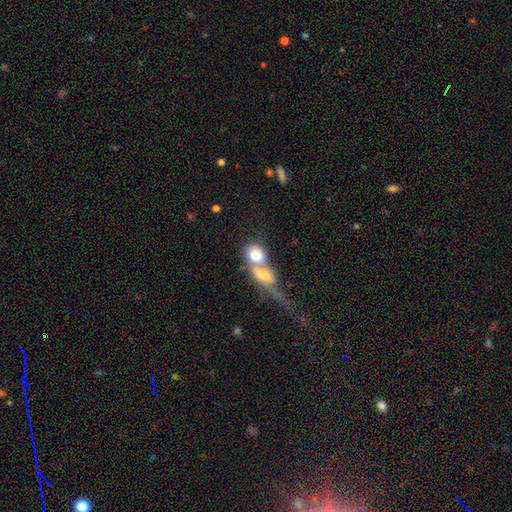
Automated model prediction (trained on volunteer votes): A smooth galaxy with no disk features (68%) that is round (51%). Merging: merger (73%).